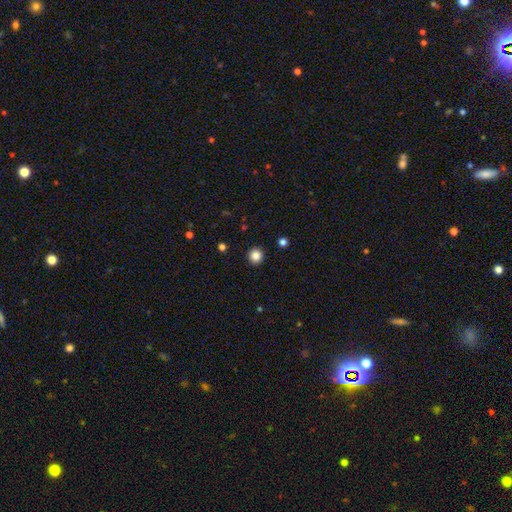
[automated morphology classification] Q: Smooth or featured?
A: smooth (84%); runner-up: star or artifact (11%)
Q: How rounded?
A: round (94%); runner-up: in between (5%)
Q: Merging?
A: none (93%); runner-up: minor disturbance (5%)